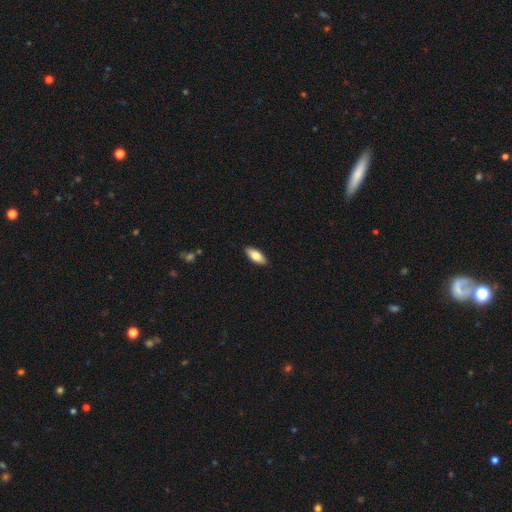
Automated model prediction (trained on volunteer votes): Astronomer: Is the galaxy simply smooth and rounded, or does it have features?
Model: smooth — 74%.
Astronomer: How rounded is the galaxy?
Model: in between — 77%.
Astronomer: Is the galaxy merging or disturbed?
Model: none — 90%.